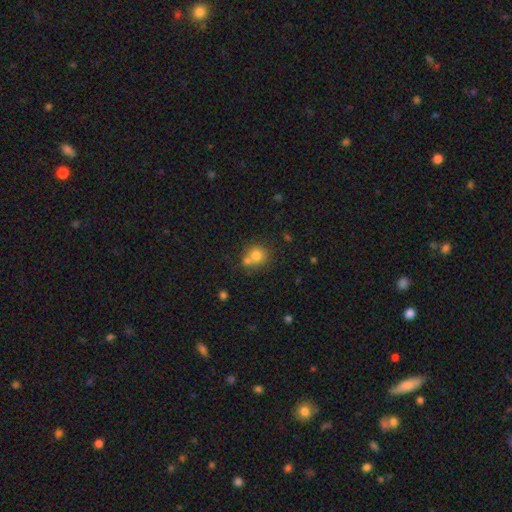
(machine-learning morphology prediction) This appears to be a smooth galaxy with no disk features (77%) that is round (86%). Merging: none (53%).